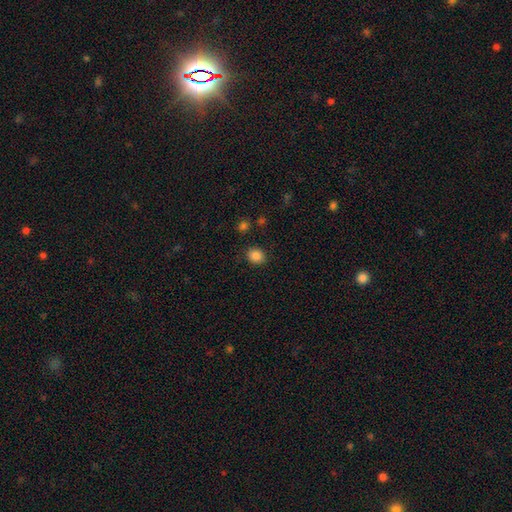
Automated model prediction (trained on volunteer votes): This appears to be a smooth galaxy with no disk features (86%) that is round (70%). Merging: none (87%).